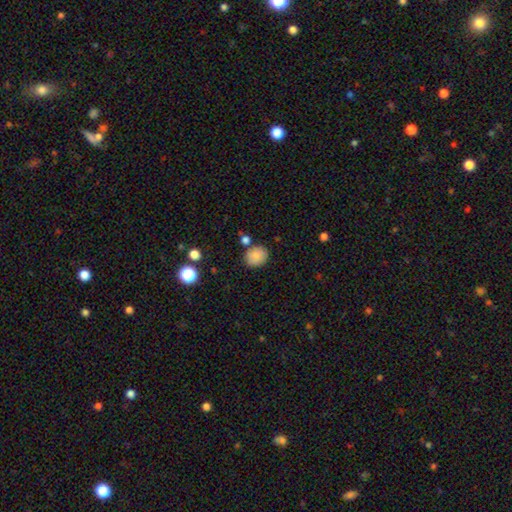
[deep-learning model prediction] Smooth or featured? smooth (85%)
How rounded? round (64%)
Merging? none (77%)